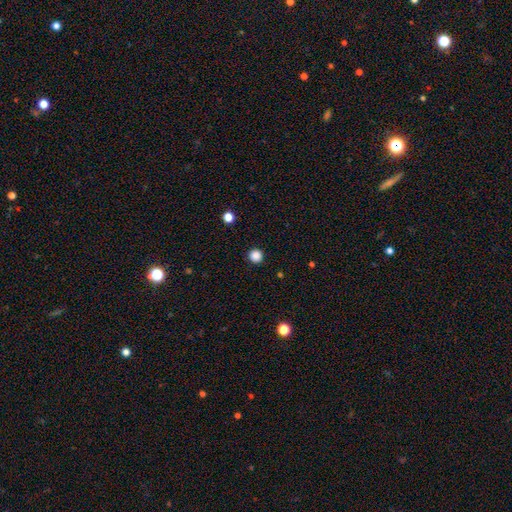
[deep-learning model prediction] The model was most divided on "smooth or featured": smooth: 86%, star or artifact: 11%, featured or disk: 2%. More confident: how rounded — round (95%); merging — none (92%).